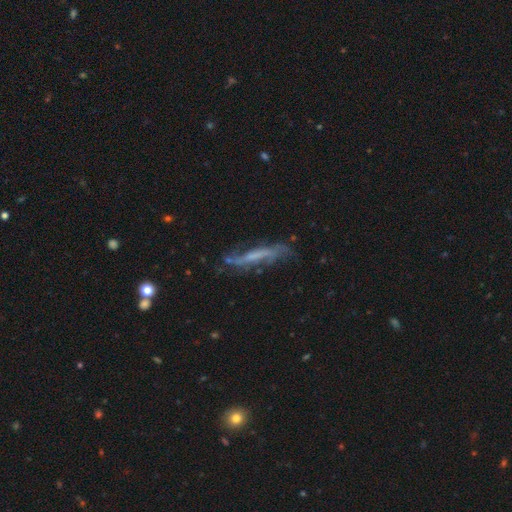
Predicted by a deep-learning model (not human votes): Overall: featured or disk (63%; smooth 28%). Edge-on disk: yes (62%; no 38%). Merging: none (60%; minor disturbance 24%).